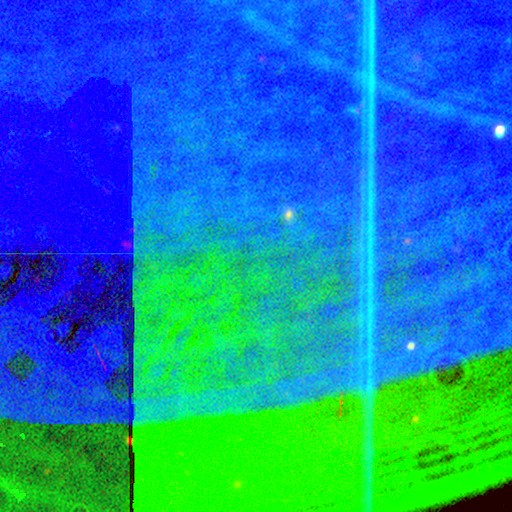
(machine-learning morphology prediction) The model was most divided on "smooth or featured": star or artifact: 89%, featured or disk: 6%, smooth: 5%.